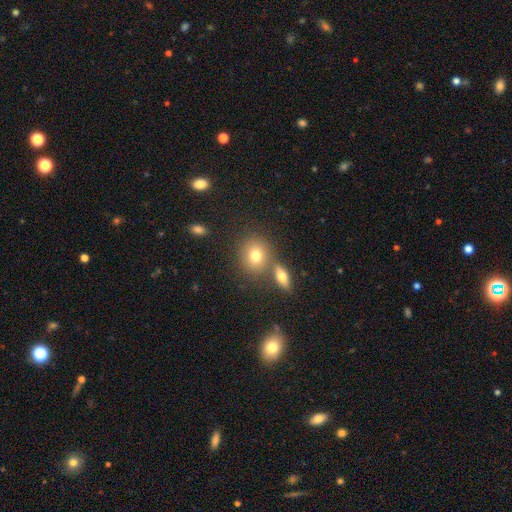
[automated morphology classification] smooth_or_featured: smooth (p=0.76) [alt: featured or disk p=0.13]
how_rounded: round (p=0.71) [alt: in between p=0.27]
merging: none (p=0.65) [alt: merger p=0.22]